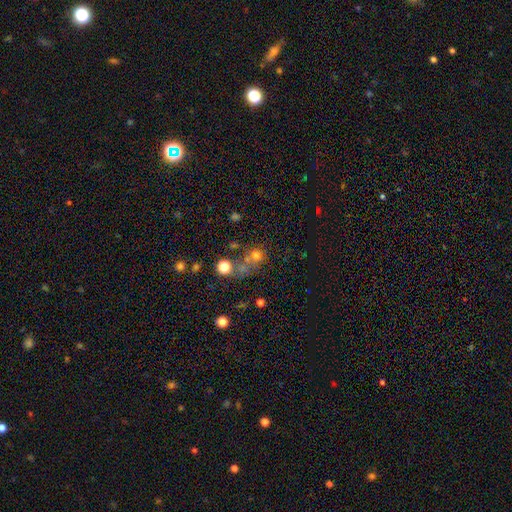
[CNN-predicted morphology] Smooth or featured? Predicted: smooth (p=0.62). How rounded? Predicted: round (p=0.79). Merging? Predicted: none (p=0.41).